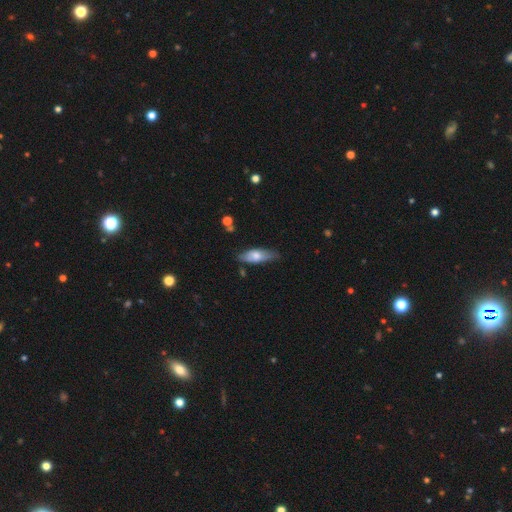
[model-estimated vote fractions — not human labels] Q: Smooth or featured?
A: smooth (62%); runner-up: featured or disk (32%)
Q: How rounded?
A: in between (68%); runner-up: cigar-shaped (30%)
Q: Merging?
A: none (66%); runner-up: minor disturbance (26%)